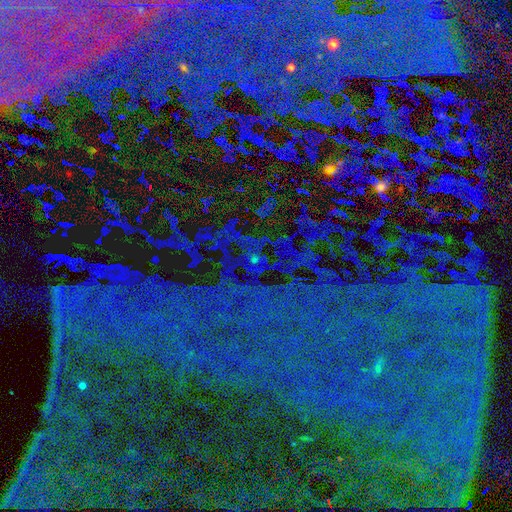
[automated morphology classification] Q: Smooth or featured?
A: star or artifact (84%); runner-up: featured or disk (8%)